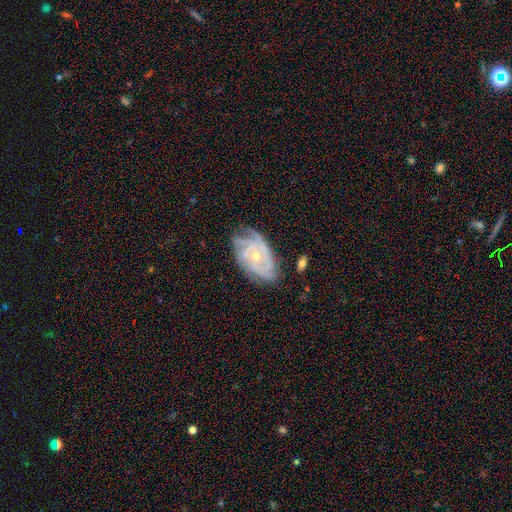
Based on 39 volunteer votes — This appears to be a featured or disk galaxy (95%) with no bar (82%), 3 (48%) tight (61%) spiral arms (97%) and a moderate central bulge (65%). Merging: minor disturbance (44%).